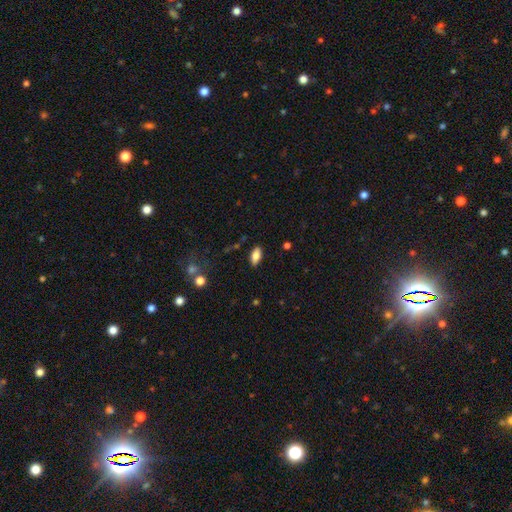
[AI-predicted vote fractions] This is clearly a smooth galaxy (80%). How rounded: clearly in between (90%). Merging: clearly none (86%).